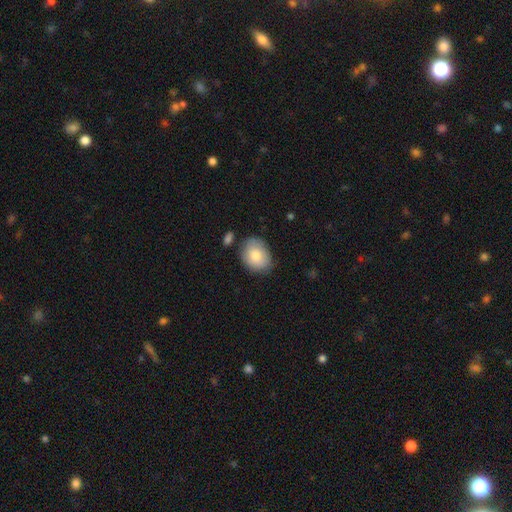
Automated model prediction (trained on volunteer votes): Smooth or featured: smooth — 83% (featured or disk — 11%)
How rounded: in between — 55% (round — 44%)
Merging: none — 76% (minor disturbance — 16%)